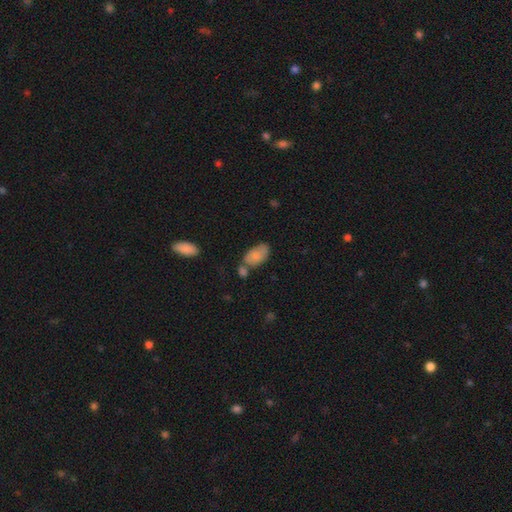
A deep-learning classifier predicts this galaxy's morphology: smooth_or_featured: smooth (p=0.81) [alt: featured or disk p=0.12]
how_rounded: in between (p=0.94) [alt: round p=0.04]
merging: none (p=0.48) [alt: minor disturbance p=0.23]